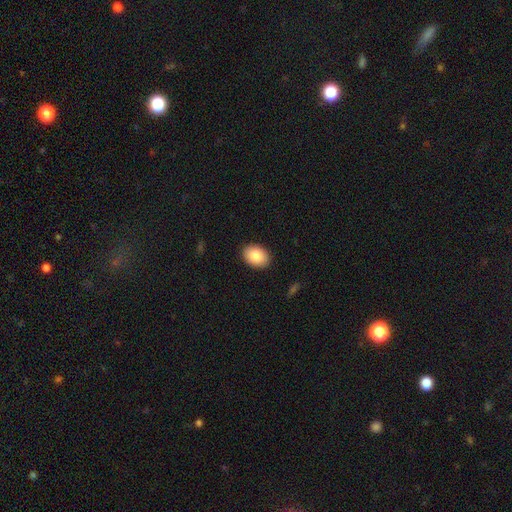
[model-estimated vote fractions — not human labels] This appears to be a smooth galaxy with no disk features (86%) that is in between round and cigar-shaped (75%). Merging: none (90%).